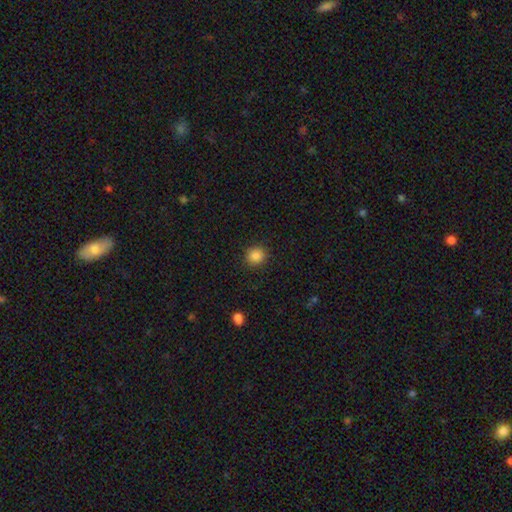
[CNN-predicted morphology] Overall: smooth (86%). How rounded: round (87%). Merging: none (90%).